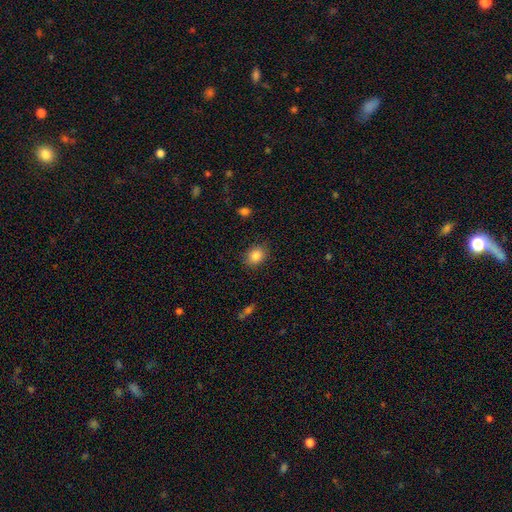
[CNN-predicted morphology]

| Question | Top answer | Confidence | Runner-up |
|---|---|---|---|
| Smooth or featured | smooth | 86% | star or artifact (9%) |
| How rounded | in between | 52% | round (47%) |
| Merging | none | 85% | minor disturbance (11%) |